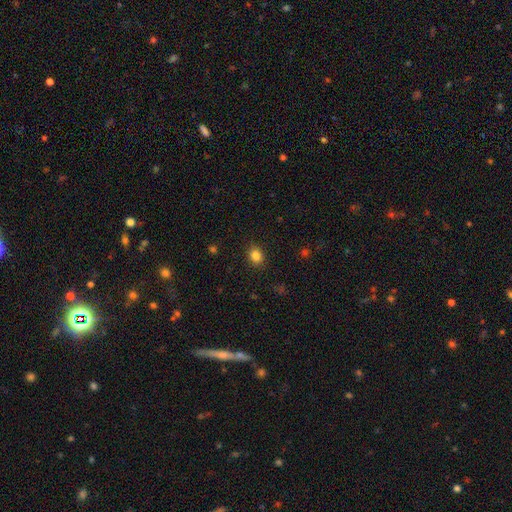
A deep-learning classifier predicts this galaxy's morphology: Smooth or featured? Predicted: smooth (p=0.84). How rounded? Predicted: round (p=0.56). Merging? Predicted: none (p=0.89).